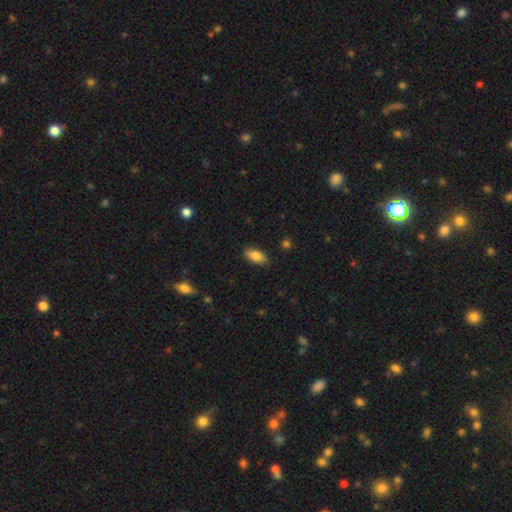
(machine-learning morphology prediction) Smooth or featured: smooth — 84% (featured or disk — 9%)
How rounded: in between — 91% (cigar-shaped — 6%)
Merging: none — 85% (minor disturbance — 11%)